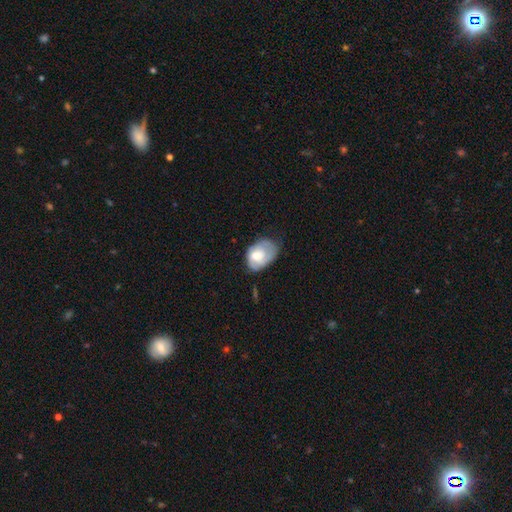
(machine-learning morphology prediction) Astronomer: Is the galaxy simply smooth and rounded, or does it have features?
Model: smooth — 50% (runner-up: featured or disk, 44%).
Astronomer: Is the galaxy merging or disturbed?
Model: none — 42% (runner-up: minor disturbance, 37%).